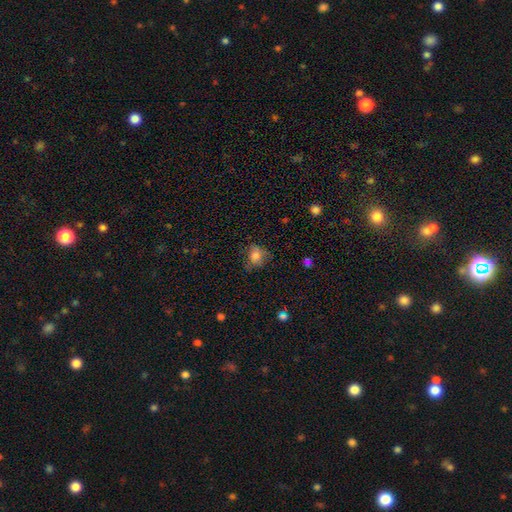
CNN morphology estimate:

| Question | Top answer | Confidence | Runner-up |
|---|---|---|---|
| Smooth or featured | smooth | 77% | featured or disk (12%) |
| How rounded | round | 59% | in between (40%) |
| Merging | none | 60% | minor disturbance (27%) |